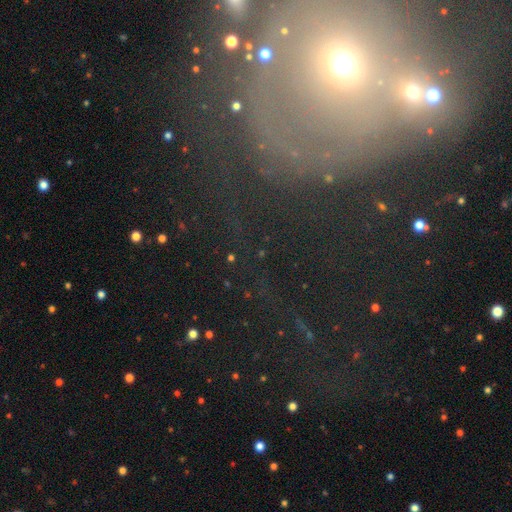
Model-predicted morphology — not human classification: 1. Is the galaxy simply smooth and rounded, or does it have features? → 43% star or artifact, 31% featured or disk, 27% smooth.